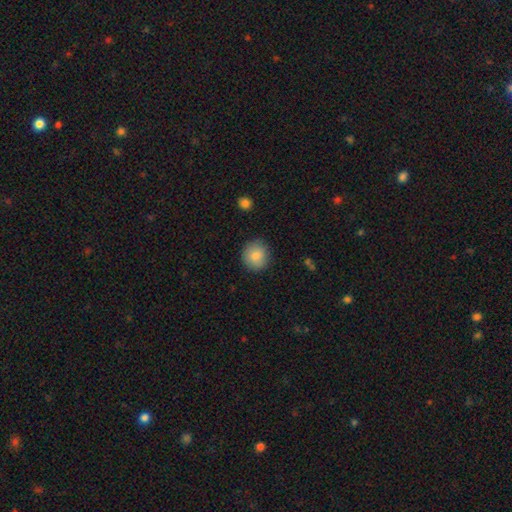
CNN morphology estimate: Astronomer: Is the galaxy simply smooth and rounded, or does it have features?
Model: smooth — 85%.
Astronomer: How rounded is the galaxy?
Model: round — 88%.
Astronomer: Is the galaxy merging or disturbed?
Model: none — 87%.